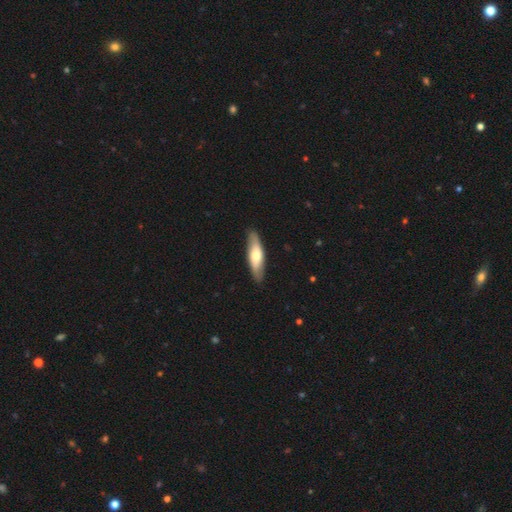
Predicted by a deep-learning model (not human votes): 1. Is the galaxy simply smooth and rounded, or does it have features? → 59% smooth, 37% featured or disk, 5% star or artifact.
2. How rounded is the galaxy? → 58% cigar-shaped, 40% in between, 2% round.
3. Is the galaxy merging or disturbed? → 87% none, 10% minor disturbance, 2% major disturbance, 1% merger.